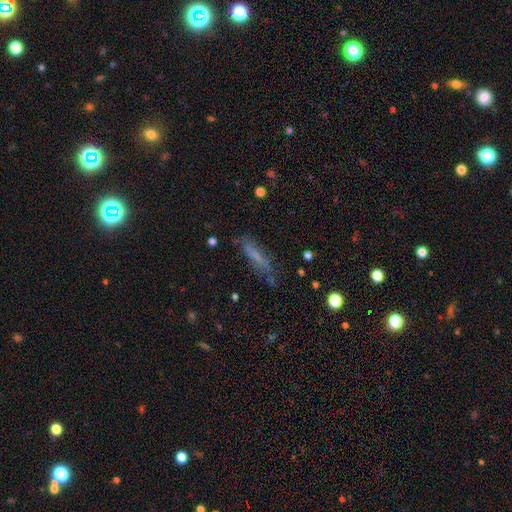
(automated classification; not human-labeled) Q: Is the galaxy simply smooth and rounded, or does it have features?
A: smooth — 58%.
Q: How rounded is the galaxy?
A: cigar-shaped — 80%.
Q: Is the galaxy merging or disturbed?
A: none — 64%.